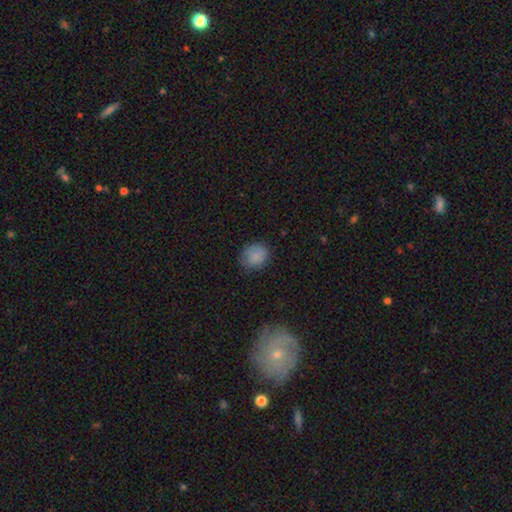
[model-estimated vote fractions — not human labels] Smooth or featured? smooth (82%)
How rounded? round (65%)
Merging? none (77%)